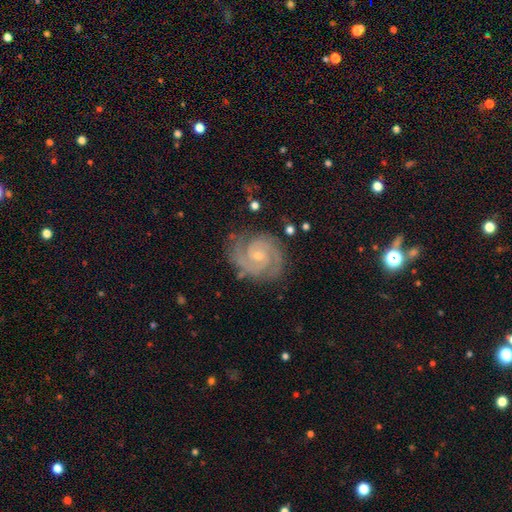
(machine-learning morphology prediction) Smooth or featured?
  - featured or disk: 91% *
  - star or artifact: 6%
  - smooth: 4%
Edge-on disk?
  - no: 98% *
  - yes: 2%
Bar?
  - no: 64% *
  - weak: 28%
  - strong: 8%
Spiral arms?
  - yes: 99% *
  - no: 1%
Spiral winding?
  - tight: 68% *
  - medium: 29%
  - loose: 3%
Spiral arm count?
  - 2: 72% *
  - 3: 15%
  - can't tell: 5%
  - 4: 3%
  - 1: 2%
  - more than 4: 2%
Bulge size?
  - small: 68% *
  - moderate: 28%
  - none: 2%
  - large: 1%
  - dominant: 1%
Merging?
  - none: 81% *
  - minor disturbance: 13%
  - major disturbance: 4%
  - merger: 1%